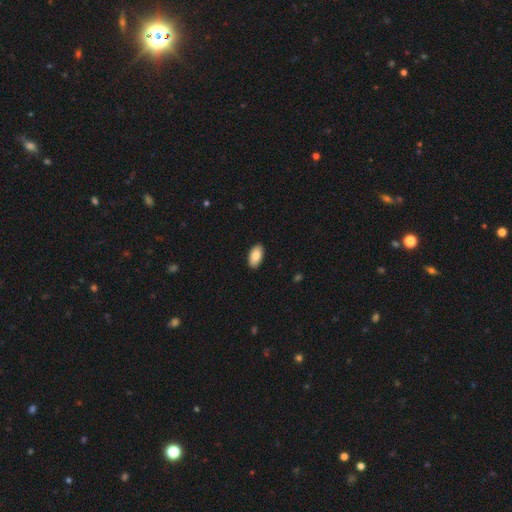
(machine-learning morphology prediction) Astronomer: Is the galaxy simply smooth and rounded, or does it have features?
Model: smooth — 87%.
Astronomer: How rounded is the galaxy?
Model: in between — 95%.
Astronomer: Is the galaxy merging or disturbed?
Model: none — 90%.